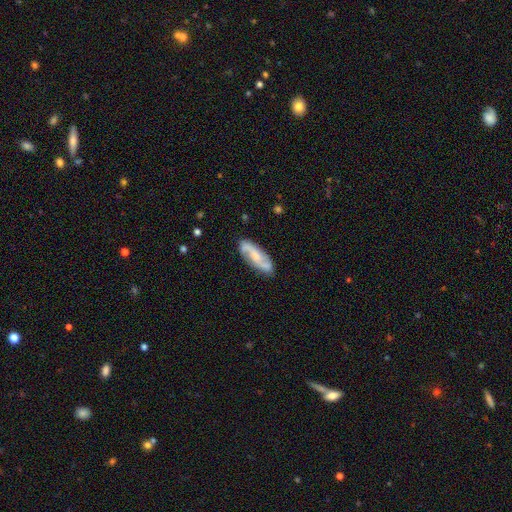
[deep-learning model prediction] This appears to be a featured or disk galaxy (70%) with no bar (52%), 2 (88%) medium (44%) spiral arms (94%) and a small central bulge (36%). Merging: none (82%).